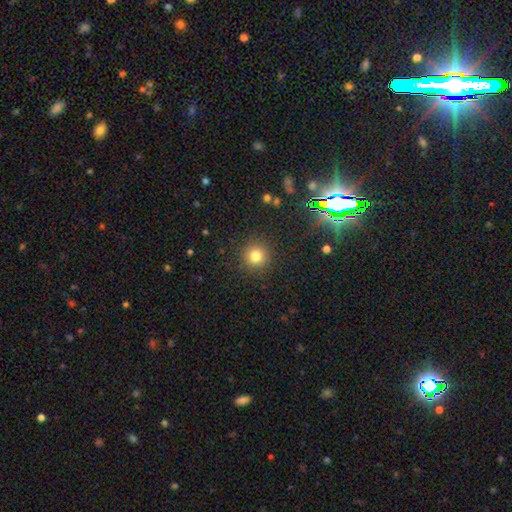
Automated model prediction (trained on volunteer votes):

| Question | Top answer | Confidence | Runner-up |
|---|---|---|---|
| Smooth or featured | smooth | 80% | star or artifact (14%) |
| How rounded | round | 94% | in between (5%) |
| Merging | none | 90% | minor disturbance (6%) |